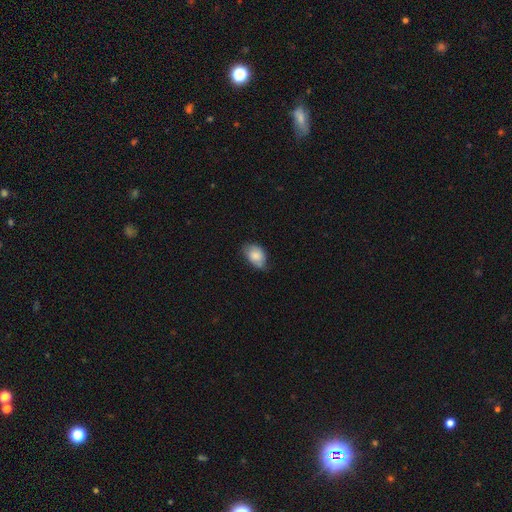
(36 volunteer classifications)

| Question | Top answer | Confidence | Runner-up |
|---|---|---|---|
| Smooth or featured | smooth | 75% | featured or disk (22%) |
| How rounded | in between | 85% | round (15%) |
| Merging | none | 60% | minor disturbance (34%) |